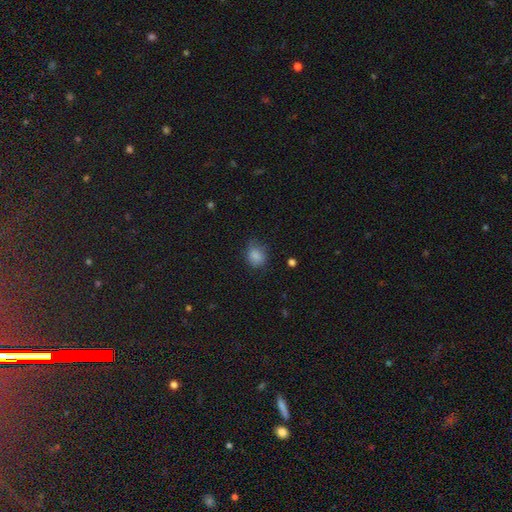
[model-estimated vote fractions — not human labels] The model was most divided on "how rounded": round: 59%, in between: 40%, cigar-shaped: 1%. More confident: smooth or featured — smooth (84%); merging — none (63%).